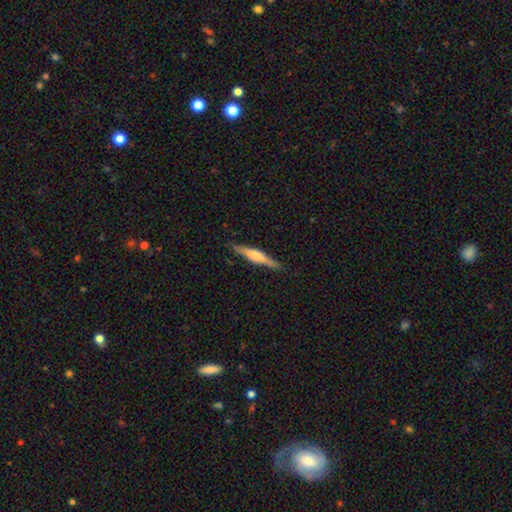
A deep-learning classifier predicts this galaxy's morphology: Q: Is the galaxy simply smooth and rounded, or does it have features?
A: featured or disk — 58%.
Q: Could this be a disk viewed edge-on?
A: yes — 97%.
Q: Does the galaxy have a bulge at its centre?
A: rounded — 63%.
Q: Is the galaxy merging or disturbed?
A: none — 88%.